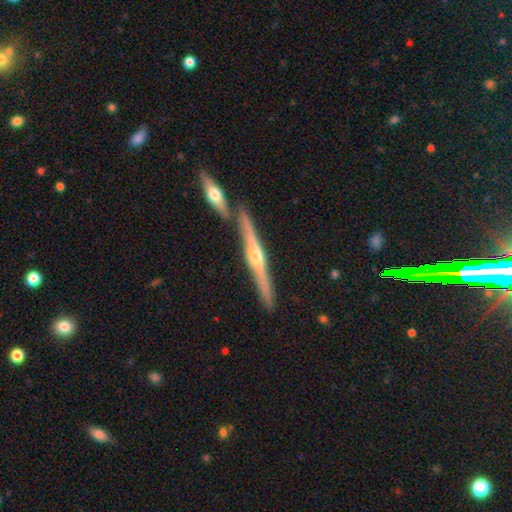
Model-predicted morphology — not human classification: Smooth or featured?
  - featured or disk: 77% *
  - smooth: 18%
  - star or artifact: 5%
Edge-on disk?
  - yes: 98% *
  - no: 2%
Edge-on bulge?
  - rounded: 89% *
  - none: 6%
  - boxy: 5%
Merging?
  - none: 77% *
  - merger: 12%
  - minor disturbance: 8%
  - major disturbance: 2%